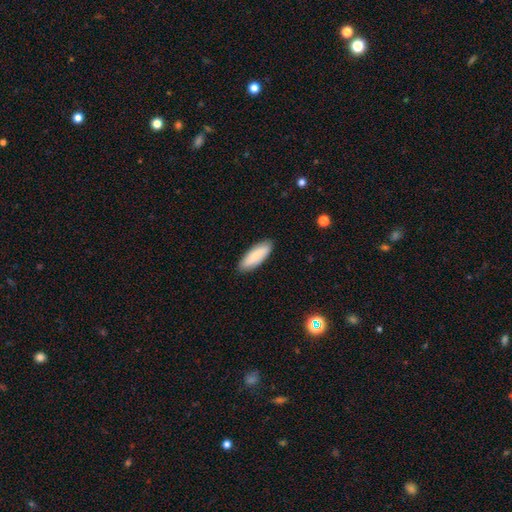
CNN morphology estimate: Smooth or featured? smooth (79%)
How rounded? in between (67%)
Merging? none (88%)